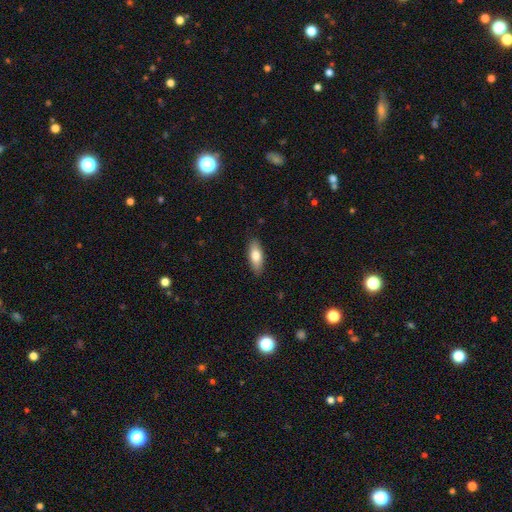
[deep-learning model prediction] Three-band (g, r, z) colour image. It shows a smooth galaxy with no disk features (77%) that is in between round and cigar-shaped (75%). Merging: none (87%).